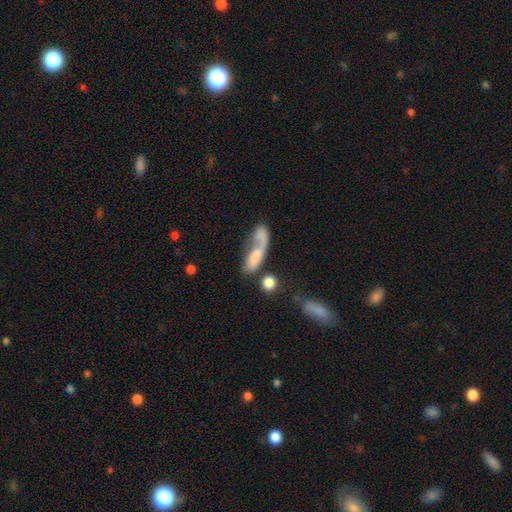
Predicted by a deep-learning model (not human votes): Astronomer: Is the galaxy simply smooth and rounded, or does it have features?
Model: smooth — 57% (runner-up: featured or disk, 35%).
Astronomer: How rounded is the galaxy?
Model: in between — 62%.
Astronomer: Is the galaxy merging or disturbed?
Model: merger — 33% (runner-up: major disturbance, 29%).